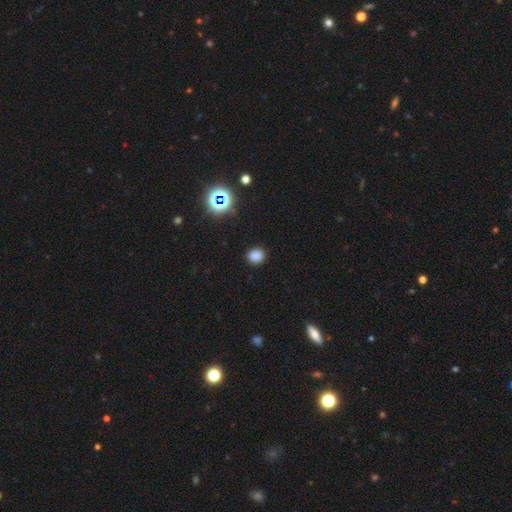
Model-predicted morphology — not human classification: A smooth galaxy with no disk features (79%) that is round (67%).

Vote fractions:
- Smooth or featured? smooth: 79% / star or artifact: 17% / featured or disk: 4%
- How rounded? round: 67% / in between: 32% / cigar-shaped: 1%
- Merging? none: 87% / minor disturbance: 9% / major disturbance: 3% / merger: 1%